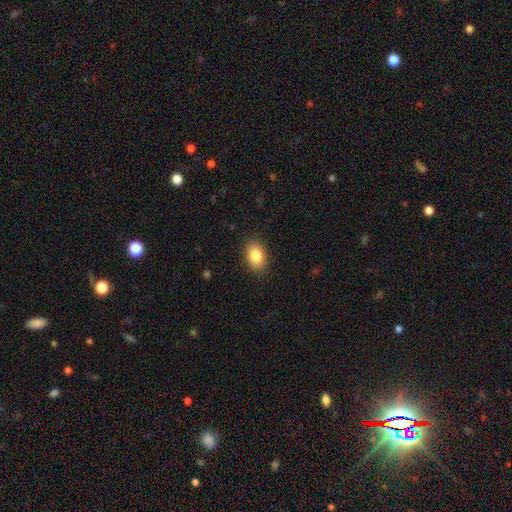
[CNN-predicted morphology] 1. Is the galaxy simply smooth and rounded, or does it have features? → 85% smooth, 8% star or artifact, 7% featured or disk.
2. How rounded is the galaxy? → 87% in between, 12% round, 1% cigar-shaped.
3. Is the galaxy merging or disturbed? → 88% none, 8% minor disturbance, 2% major disturbance, 1% merger.